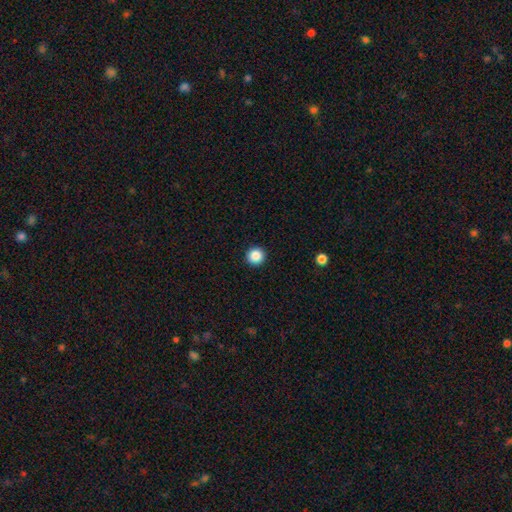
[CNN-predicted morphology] Smooth or featured? Predicted: smooth (p=0.87). How rounded? Predicted: round (p=0.96). Merging? Predicted: none (p=0.94).